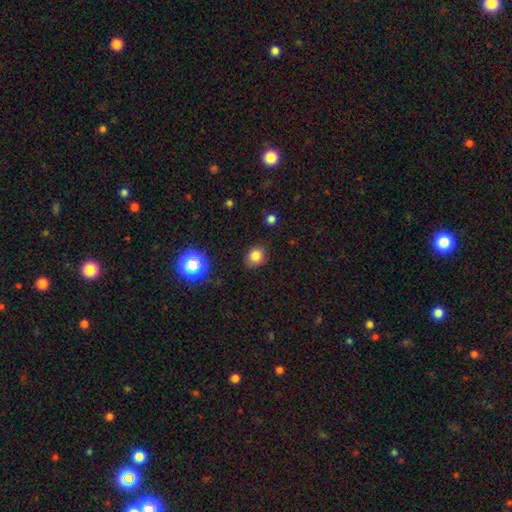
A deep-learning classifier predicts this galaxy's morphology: This is likely a smooth galaxy (78%). How rounded: likely round (67%). Merging: likely none (78%).